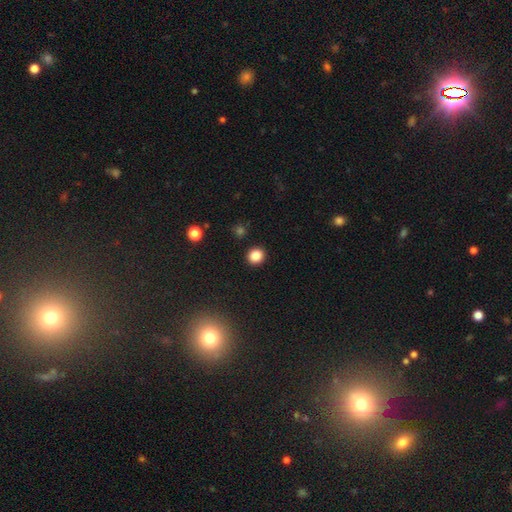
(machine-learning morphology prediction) Q: Smooth or featured?
A: smooth (85%); runner-up: star or artifact (11%)
Q: How rounded?
A: round (86%); runner-up: in between (13%)
Q: Merging?
A: none (91%); runner-up: minor disturbance (5%)